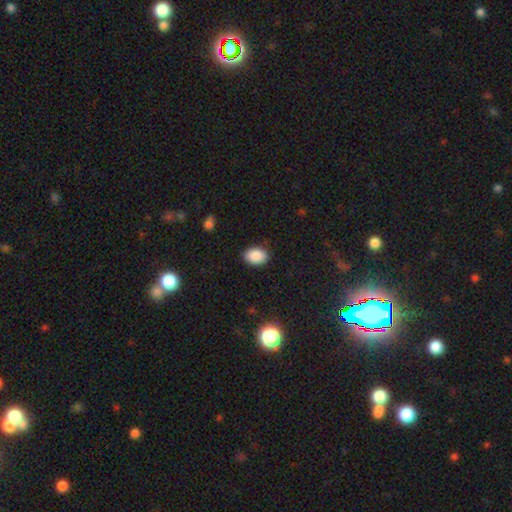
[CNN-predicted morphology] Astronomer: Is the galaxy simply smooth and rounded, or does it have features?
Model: smooth — 89%.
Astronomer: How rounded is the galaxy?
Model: in between — 83%.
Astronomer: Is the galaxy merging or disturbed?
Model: none — 88%.